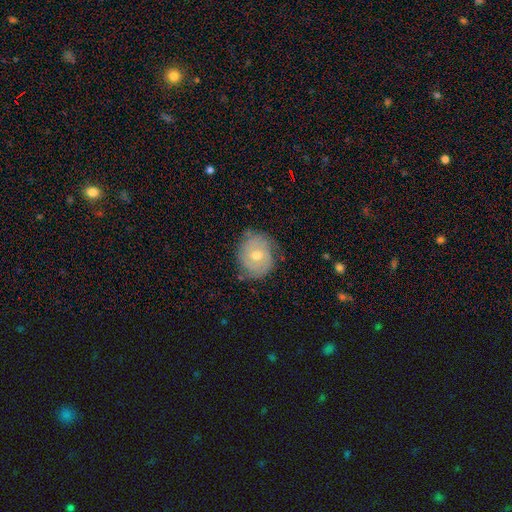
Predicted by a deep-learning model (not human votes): smooth-or-featured: featured or disk: 57% | smooth: 33% | star or artifact: 10%
  disk-edge-on: no: 96% | yes: 4%
    bar: no: 75% | weak: 21% | strong: 4%
    has-spiral-arms: yes: 73% | no: 27%
    bulge-size: moderate: 61% | small: 36% | large: 2% | none: 1% | dominant: 1%
  merging: none: 74% | minor disturbance: 19% | major disturbance: 5% | merger: 1%